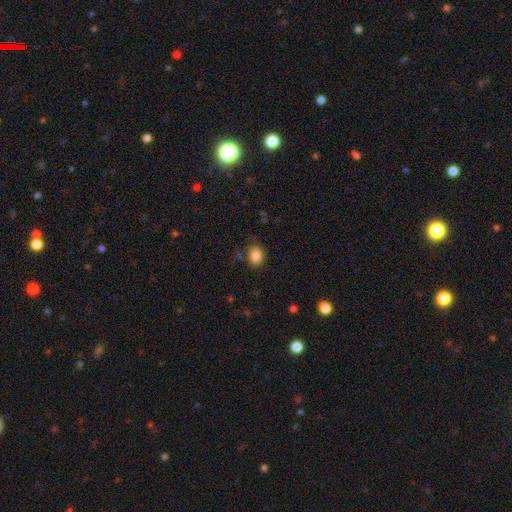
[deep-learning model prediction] smooth-or-featured: smooth: 85% | star or artifact: 10% | featured or disk: 5%
  how-rounded: round: 54% | in between: 45% | cigar-shaped: 1%
  merging: none: 82% | minor disturbance: 13% | major disturbance: 3% | merger: 2%